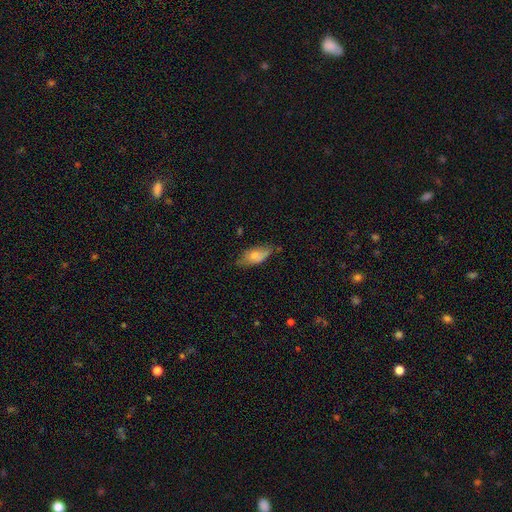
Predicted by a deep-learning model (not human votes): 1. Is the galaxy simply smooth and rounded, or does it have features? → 67% smooth, 26% featured or disk, 8% star or artifact.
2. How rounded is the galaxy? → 84% in between, 12% cigar-shaped, 3% round.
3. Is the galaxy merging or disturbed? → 53% none, 34% minor disturbance, 10% major disturbance, 4% merger.